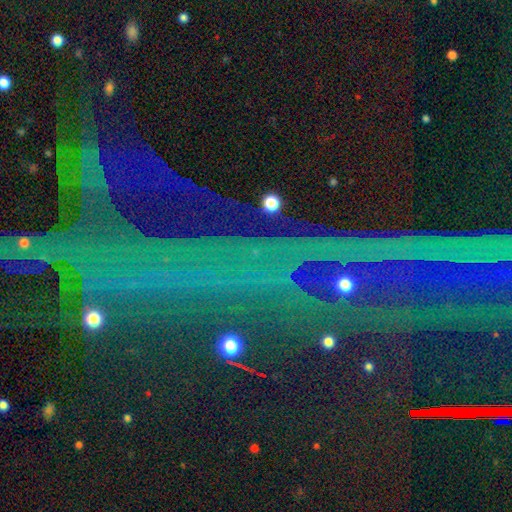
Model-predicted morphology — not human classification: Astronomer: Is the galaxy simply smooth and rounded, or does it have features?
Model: star or artifact — 82%.